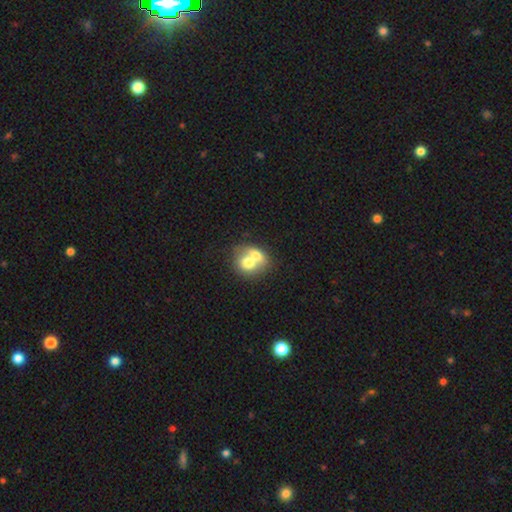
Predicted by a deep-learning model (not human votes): smooth 67%, featured or disk 25%, star or artifact 8%. Down the decision tree: how rounded — round (58%); merging — merger (70%).